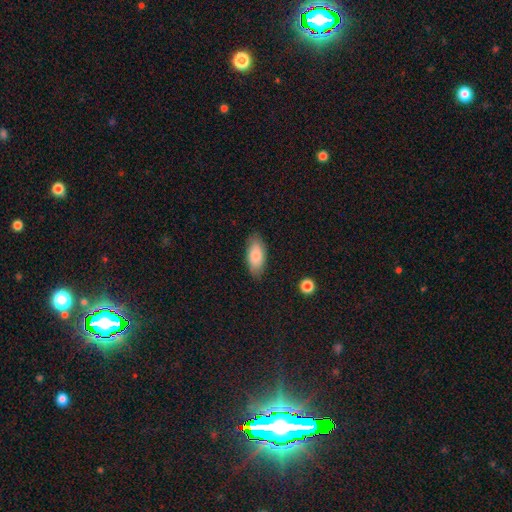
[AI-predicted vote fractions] A smooth galaxy with no disk features (83%) that is in between round and cigar-shaped (87%).

Vote fractions:
- Smooth or featured? smooth: 83% / featured or disk: 11% / star or artifact: 6%
- How rounded? in between: 87% / cigar-shaped: 11% / round: 2%
- Merging? none: 84% / minor disturbance: 12% / major disturbance: 3% / merger: 1%